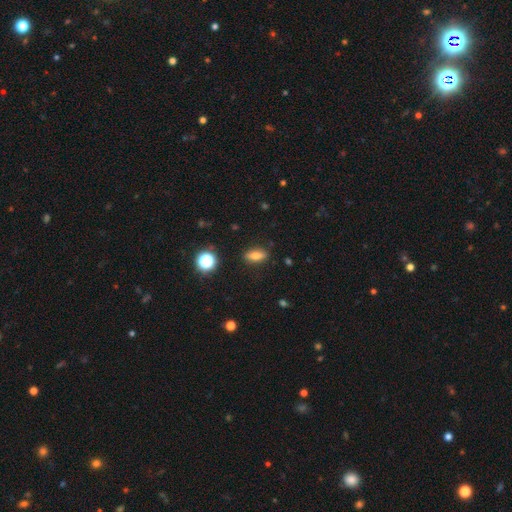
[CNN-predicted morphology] Q: Smooth or featured?
A: smooth (72%); runner-up: featured or disk (16%)
Q: How rounded?
A: in between (68%); runner-up: cigar-shaped (24%)
Q: Merging?
A: none (88%); runner-up: minor disturbance (8%)